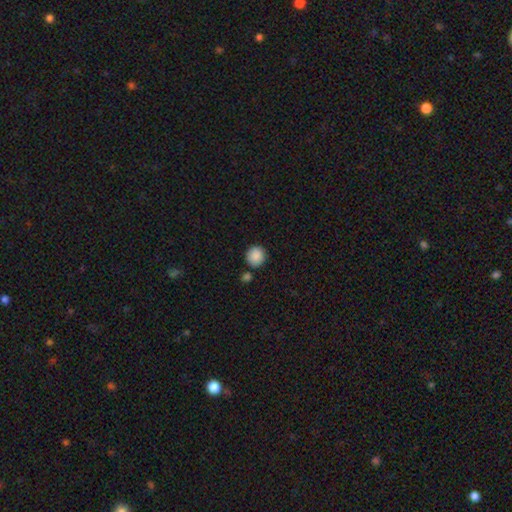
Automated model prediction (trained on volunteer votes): Smooth or featured? smooth (89%)
How rounded? round (91%)
Merging? none (81%)